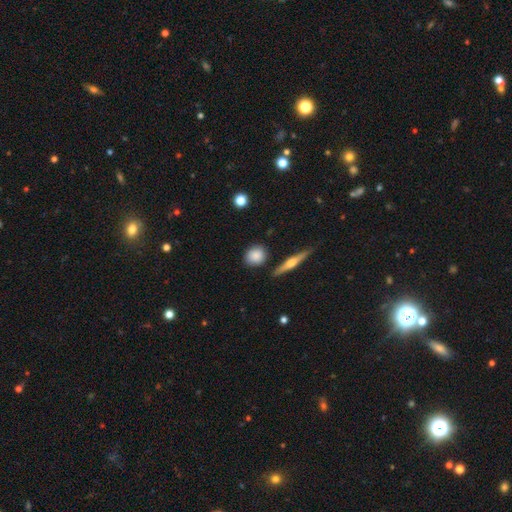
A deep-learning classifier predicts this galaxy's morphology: A smooth galaxy with no disk features (84%) that is round (77%).

Vote fractions:
- Smooth or featured? smooth: 84% / featured or disk: 9% / star or artifact: 7%
- How rounded? round: 77% / in between: 19% / cigar-shaped: 4%
- Merging? none: 84% / minor disturbance: 10% / merger: 3% / major disturbance: 3%